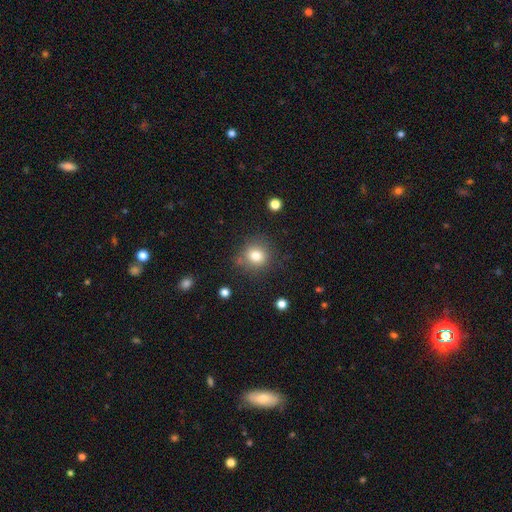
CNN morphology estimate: Smooth or featured?
  - smooth: 79% *
  - star or artifact: 12%
  - featured or disk: 9%
How rounded?
  - round: 89% *
  - in between: 10%
  - cigar-shaped: 1%
Merging?
  - none: 80% *
  - minor disturbance: 12%
  - merger: 5%
  - major disturbance: 4%